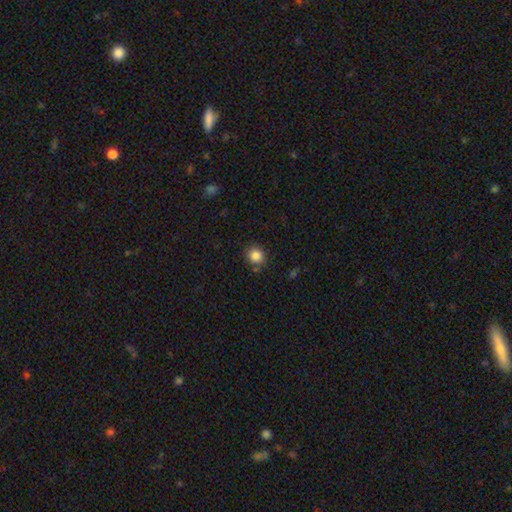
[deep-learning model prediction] The model was most divided on "merging": none: 84%, minor disturbance: 9%, merger: 4%, major disturbance: 3%. More confident: how rounded — round (88%); smooth or featured — smooth (85%).